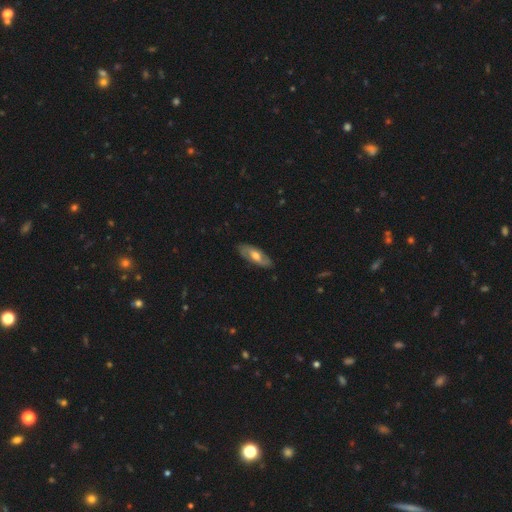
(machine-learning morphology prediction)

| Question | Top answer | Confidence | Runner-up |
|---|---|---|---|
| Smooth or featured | featured or disk | 56% | smooth (38%) |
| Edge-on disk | no | 80% | yes (20%) |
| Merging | none | 83% | minor disturbance (13%) |